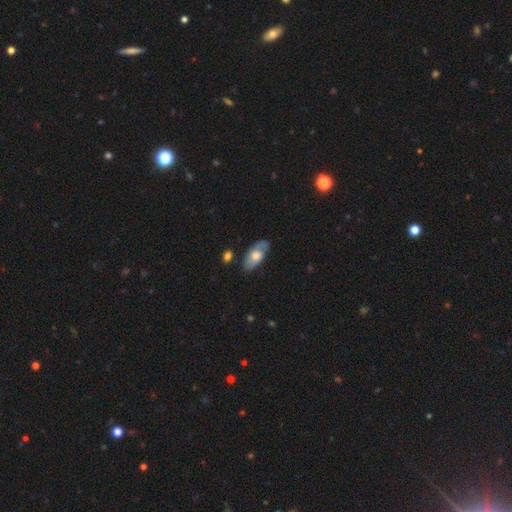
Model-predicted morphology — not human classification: type=smooth (53%); roundness=in between (89%); merging=none (69%).